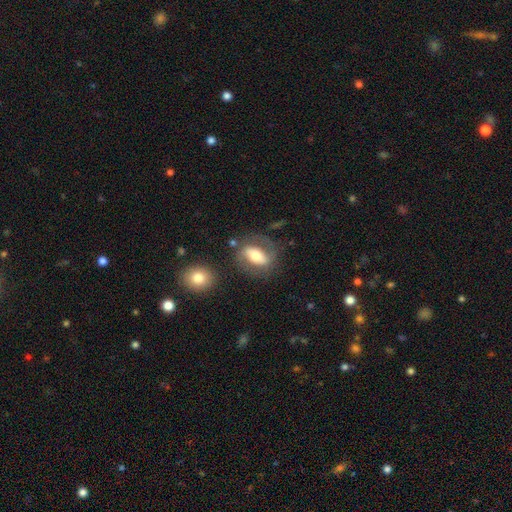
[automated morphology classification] This is possibly a featured or disk galaxy (52%). It is clearly not viewed edge-on (88%). Merging: likely none (66%).